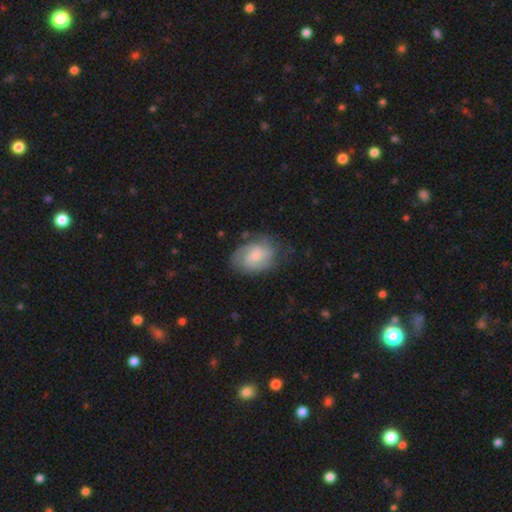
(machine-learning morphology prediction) A featured or disk galaxy (65%) with no bar (60%), 2 (45%) medium (43%) spiral arms (91%) and a small central bulge (58%). Merging: none (68%).